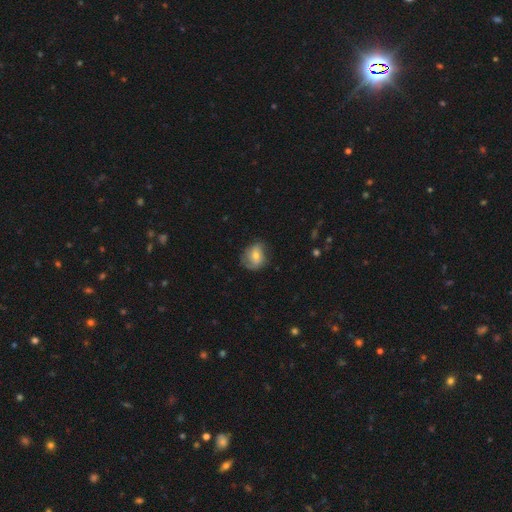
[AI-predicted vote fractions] smooth-or-featured: smooth: 48% | featured or disk: 44% | star or artifact: 8%
  merging: none: 59% | minor disturbance: 28% | major disturbance: 11% | merger: 1%